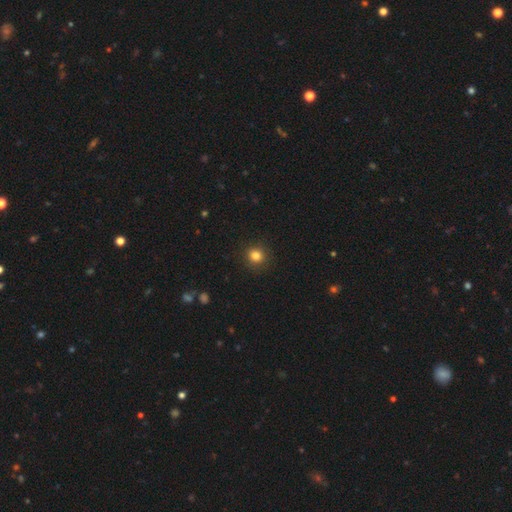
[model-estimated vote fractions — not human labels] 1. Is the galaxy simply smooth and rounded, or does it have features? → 83% smooth, 12% star or artifact, 5% featured or disk.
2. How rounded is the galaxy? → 91% round, 8% in between, 1% cigar-shaped.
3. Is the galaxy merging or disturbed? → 90% none, 6% minor disturbance, 2% major disturbance, 1% merger.